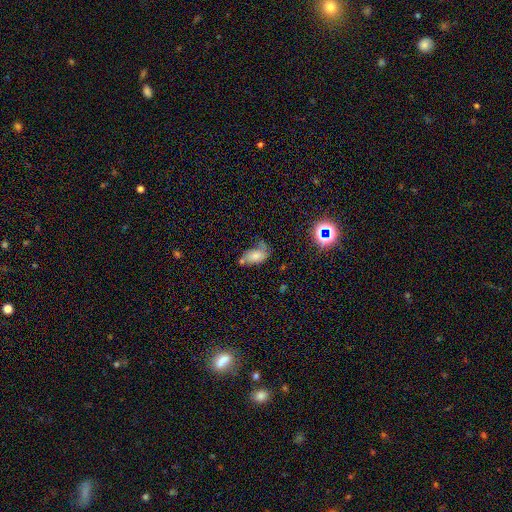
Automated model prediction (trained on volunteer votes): Smooth or featured?
  - smooth: 65% *
  - featured or disk: 21%
  - star or artifact: 14%
How rounded?
  - in between: 90% *
  - round: 7%
  - cigar-shaped: 3%
Merging?
  - none: 38% *
  - minor disturbance: 30%
  - major disturbance: 18%
  - merger: 15%